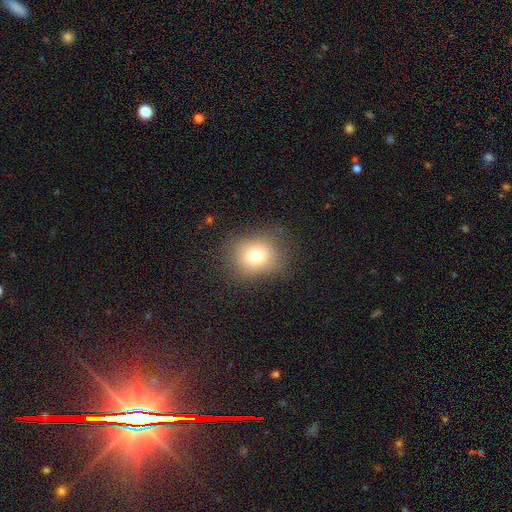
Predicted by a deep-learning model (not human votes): A smooth galaxy with no disk features (75%) that is round (67%). Merging: none (81%).